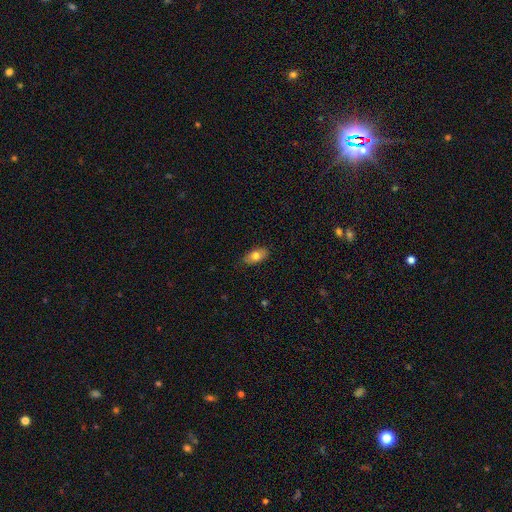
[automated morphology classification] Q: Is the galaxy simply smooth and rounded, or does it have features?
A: smooth — 77%.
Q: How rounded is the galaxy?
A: in between — 91%.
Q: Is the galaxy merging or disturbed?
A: none — 85%.